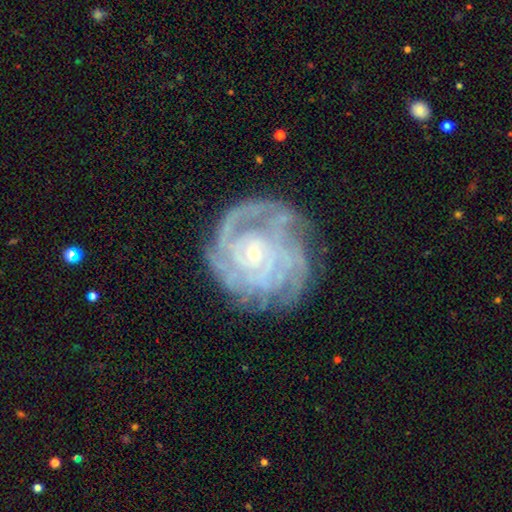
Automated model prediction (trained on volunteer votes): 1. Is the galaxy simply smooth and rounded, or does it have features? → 87% featured or disk, 7% smooth, 7% star or artifact.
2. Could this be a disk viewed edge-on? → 97% no, 3% yes.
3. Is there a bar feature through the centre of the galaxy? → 74% no, 20% weak, 6% strong.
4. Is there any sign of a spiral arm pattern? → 96% yes, 4% no.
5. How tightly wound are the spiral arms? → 77% tight, 19% medium, 4% loose.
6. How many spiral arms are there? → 31% can't tell, 20% 4, 16% 3, 13% more than 4, 12% 2, 7% 1.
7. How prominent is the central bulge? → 80% small, 16% moderate, 2% none, 1% large, 1% dominant.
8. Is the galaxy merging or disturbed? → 72% none, 18% minor disturbance, 8% major disturbance, 2% merger.